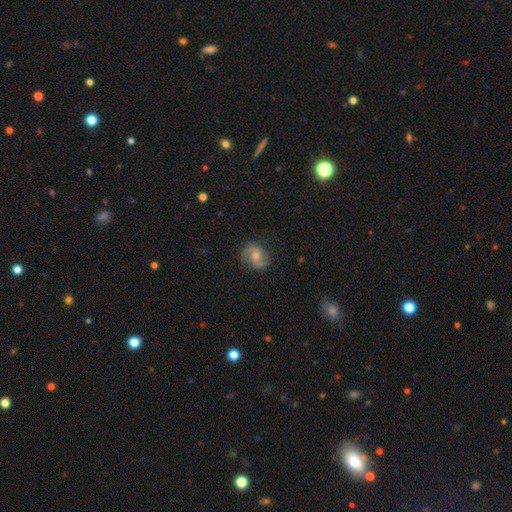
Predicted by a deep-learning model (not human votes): This appears to be a featured or disk galaxy (75%) with no bar (52%), 2 (90%) medium (48%) spiral arms (95%) and a moderate central bulge (54%). Merging: none (78%).